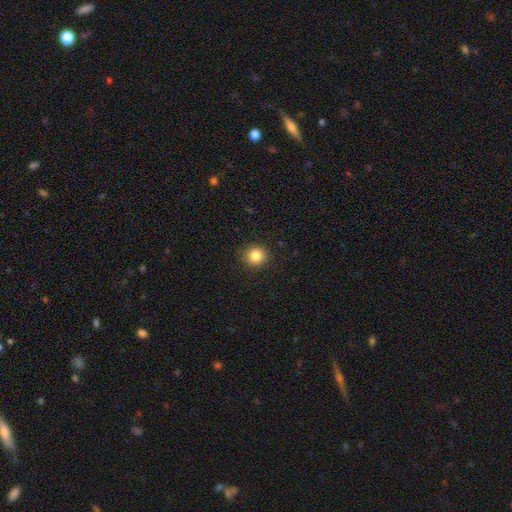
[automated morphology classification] type=smooth (84%); roundness=round (90%); merging=none (91%).